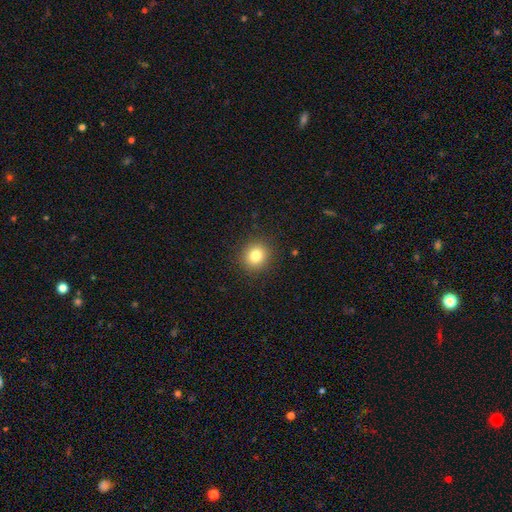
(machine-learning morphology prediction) Smooth or featured?
  - smooth: 81% *
  - star or artifact: 12%
  - featured or disk: 7%
How rounded?
  - round: 87% *
  - in between: 12%
  - cigar-shaped: 1%
Merging?
  - none: 90% *
  - minor disturbance: 6%
  - major disturbance: 2%
  - merger: 1%